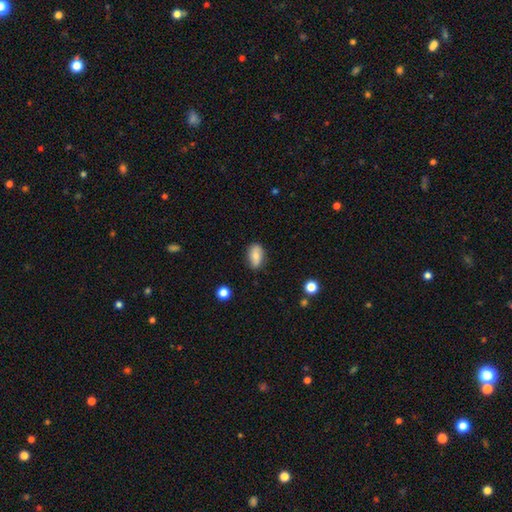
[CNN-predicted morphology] Overall: smooth (75%). How rounded: in between (89%). Merging: none (77%).